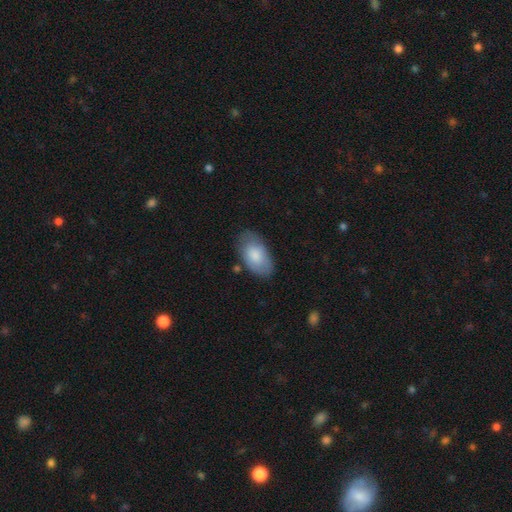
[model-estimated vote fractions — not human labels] The model was most divided on "merging": none: 73%, minor disturbance: 19%, major disturbance: 5%, merger: 3%. More confident: how rounded — in between (95%); smooth or featured — smooth (79%).